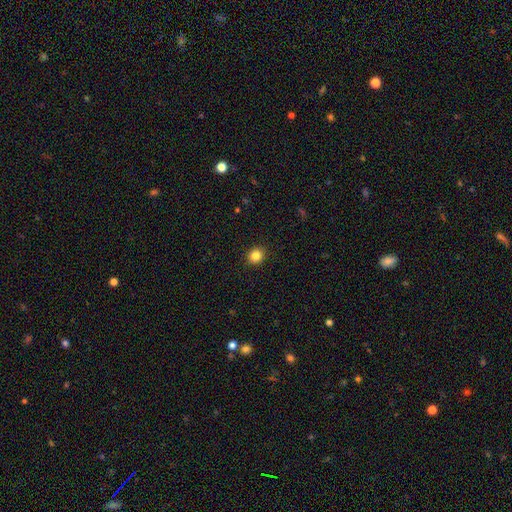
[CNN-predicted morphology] Overall: smooth (84%). How rounded: round (77%). Merging: none (92%).